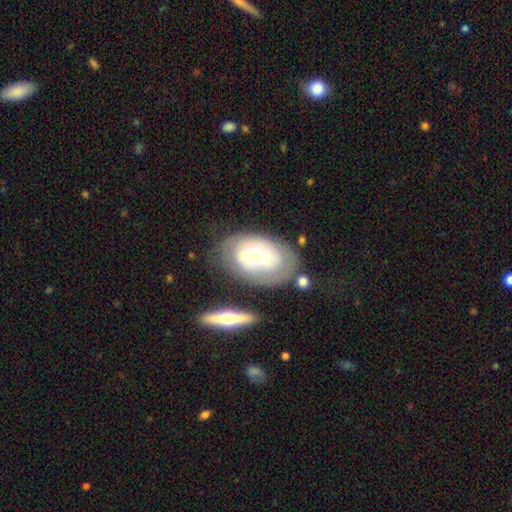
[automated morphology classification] Smooth or featured? featured or disk (63%)
Edge-on disk? no (90%)
Bar? no (46%)
Spiral arms? yes (69%)
Bulge size? moderate (57%)
Merging? none (64%)